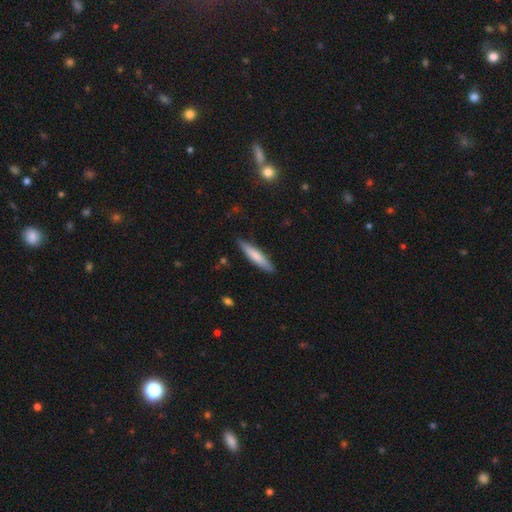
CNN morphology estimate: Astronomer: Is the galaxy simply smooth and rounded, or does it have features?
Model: smooth — 70%.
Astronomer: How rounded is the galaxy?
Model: cigar-shaped — 88%.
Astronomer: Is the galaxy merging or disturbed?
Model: none — 88%.